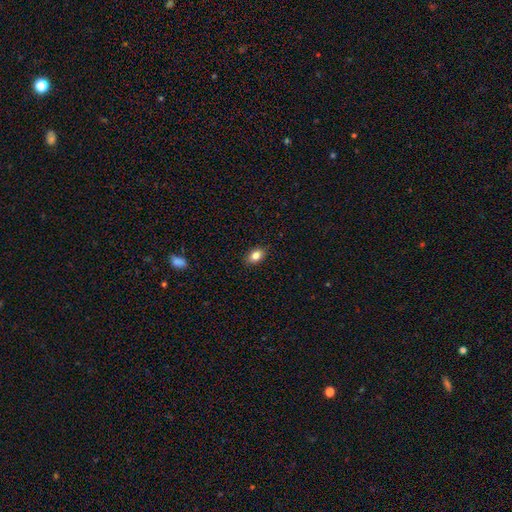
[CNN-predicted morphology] The model was most divided on "how rounded": in between: 78%, round: 20%, cigar-shaped: 2%. More confident: merging — none (88%); smooth or featured — smooth (83%).